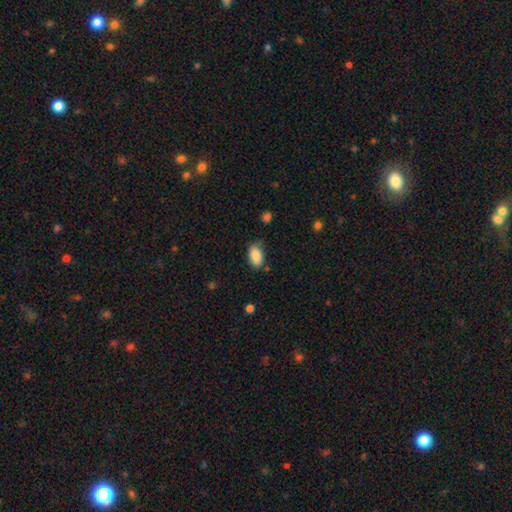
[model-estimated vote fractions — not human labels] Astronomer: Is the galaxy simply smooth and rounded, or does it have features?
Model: smooth — 88%.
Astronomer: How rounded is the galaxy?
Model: in between — 92%.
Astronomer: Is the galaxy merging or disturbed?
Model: none — 72%.